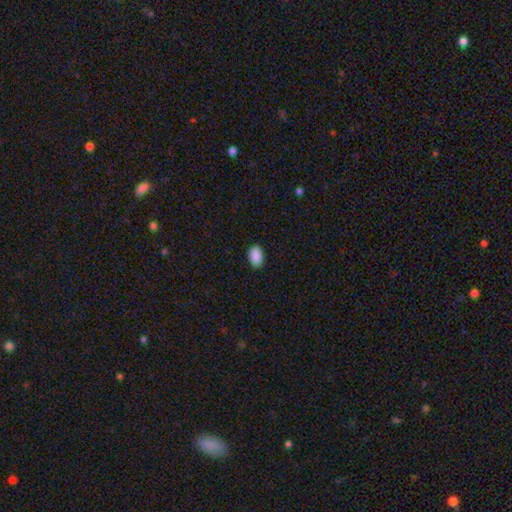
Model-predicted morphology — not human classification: Smooth or featured? Predicted: smooth (p=0.90). How rounded? Predicted: in between (p=0.90). Merging? Predicted: none (p=0.88).